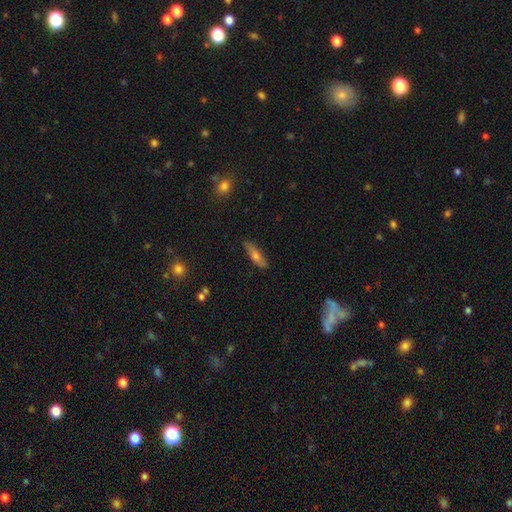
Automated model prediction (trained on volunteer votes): smooth 52%, featured or disk 39%, star or artifact 9%. Down the decision tree: how rounded — cigar-shaped (69%); merging — none (85%).